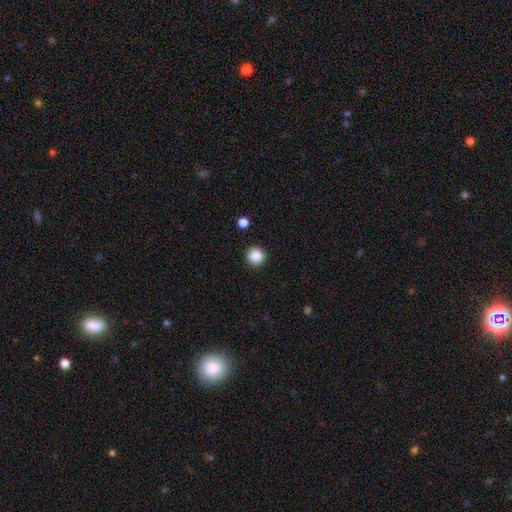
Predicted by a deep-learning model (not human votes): Smooth or featured? Predicted: smooth (p=0.86). How rounded? Predicted: round (p=0.94). Merging? Predicted: none (p=0.92).